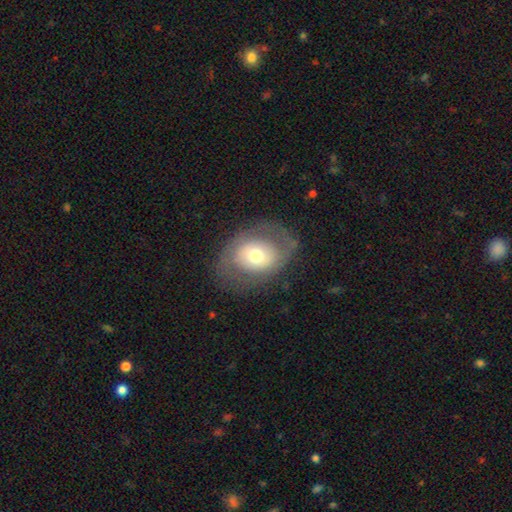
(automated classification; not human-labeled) featured or disk 51%, smooth 42%, star or artifact 7%. Down the decision tree: edge-on disk — no (94%); merging — none (71%).